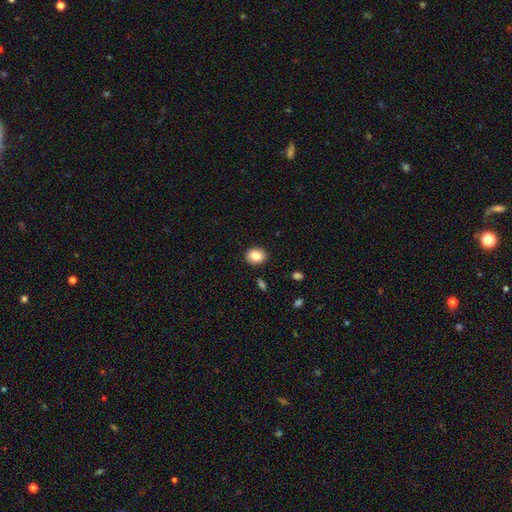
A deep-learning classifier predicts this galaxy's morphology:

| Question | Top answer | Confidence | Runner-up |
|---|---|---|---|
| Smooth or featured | smooth | 84% | star or artifact (9%) |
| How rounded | round | 52% | in between (47%) |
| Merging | none | 90% | minor disturbance (7%) |